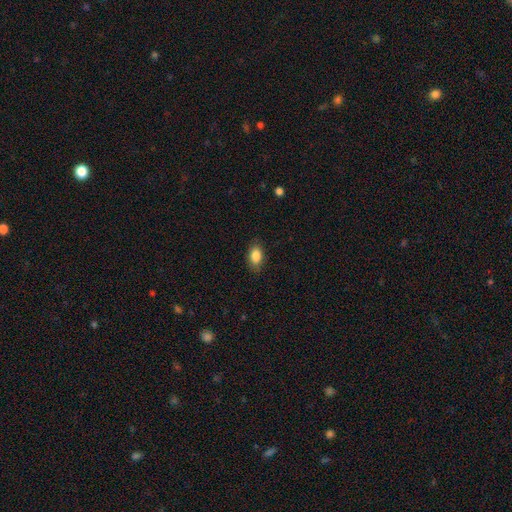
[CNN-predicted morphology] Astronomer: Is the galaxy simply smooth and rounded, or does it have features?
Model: smooth — 85%.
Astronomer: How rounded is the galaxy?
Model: in between — 88%.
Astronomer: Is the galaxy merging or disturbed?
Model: none — 84%.